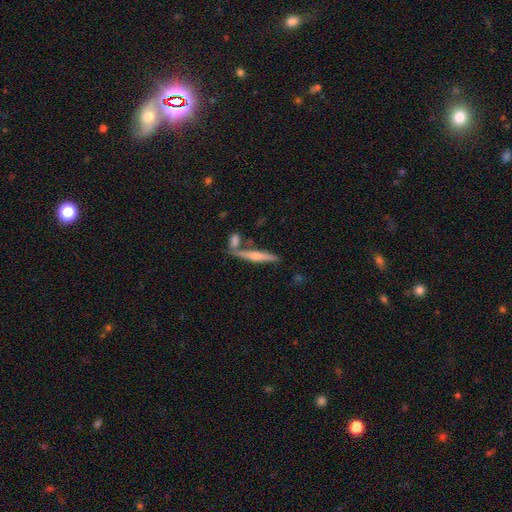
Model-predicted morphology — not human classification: A featured or disk galaxy (58%) viewed edge-on (96%) with a rounded central bulge (80%). Merging: none (71%).